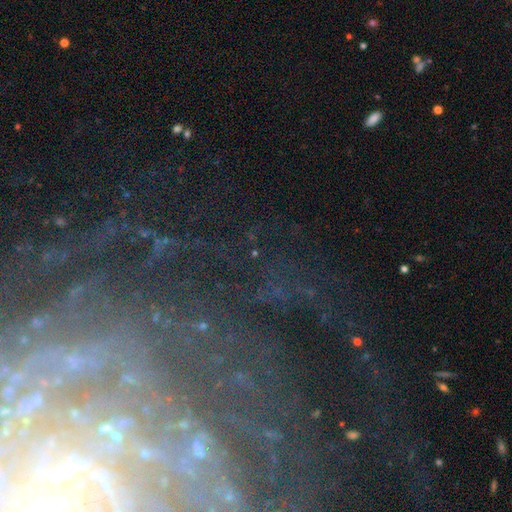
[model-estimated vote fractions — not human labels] This is possibly a featured or disk galaxy (57%). It is clearly not viewed edge-on (89%). Bar: marginally no (41%). Spiral arm pattern: clearly yes (87%). Central bulge: likely small (68%). Merging: likely none (71%).